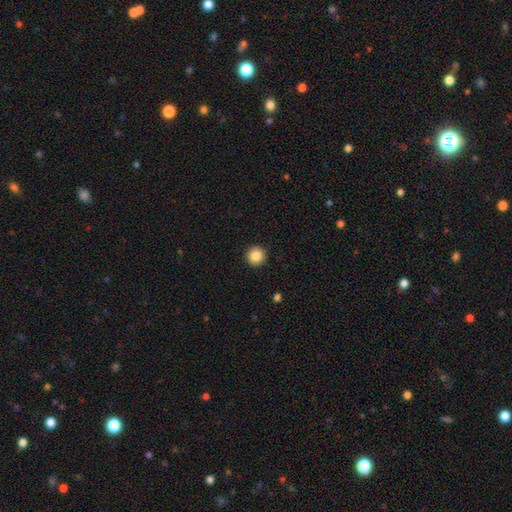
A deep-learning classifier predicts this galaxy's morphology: type=smooth (86%); roundness=round (96%); merging=none (93%).